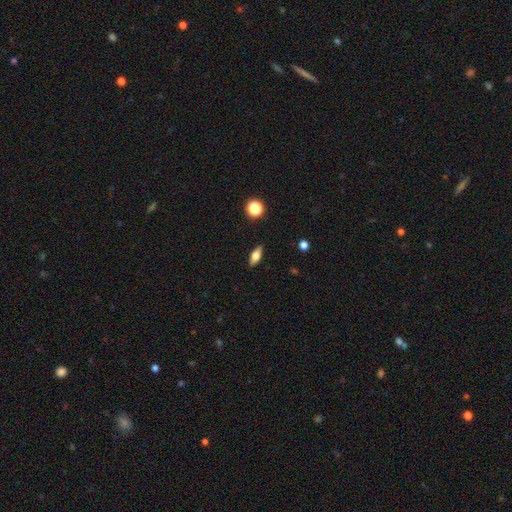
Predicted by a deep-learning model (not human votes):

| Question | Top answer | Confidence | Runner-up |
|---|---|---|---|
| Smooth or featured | smooth | 63% | featured or disk (28%) |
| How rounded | in between | 74% | cigar-shaped (21%) |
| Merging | none | 89% | minor disturbance (8%) |